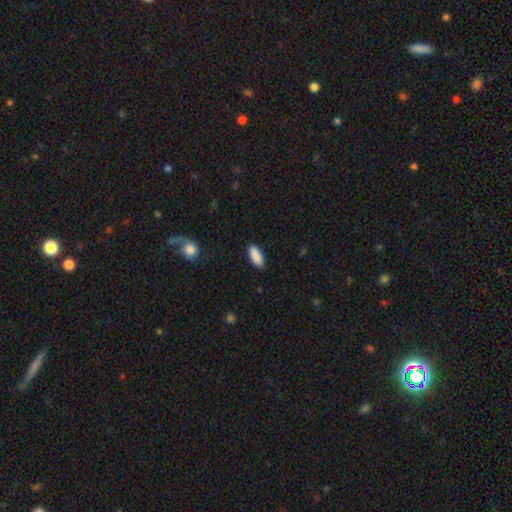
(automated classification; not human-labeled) This appears to be a smooth galaxy with no disk features (90%) that is in between round and cigar-shaped (78%). Merging: none (87%).